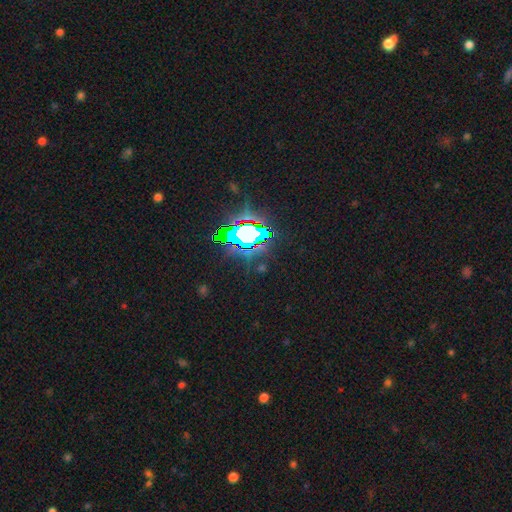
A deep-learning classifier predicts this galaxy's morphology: Overall: star or artifact (82%).